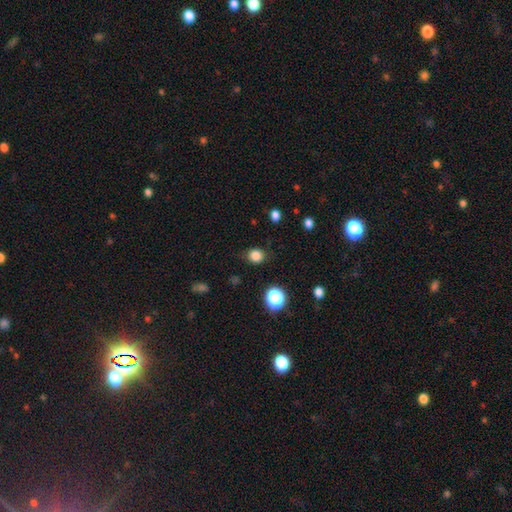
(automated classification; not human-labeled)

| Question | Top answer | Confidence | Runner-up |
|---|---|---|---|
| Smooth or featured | smooth | 83% | star or artifact (13%) |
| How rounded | round | 74% | in between (25%) |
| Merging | none | 81% | minor disturbance (14%) |